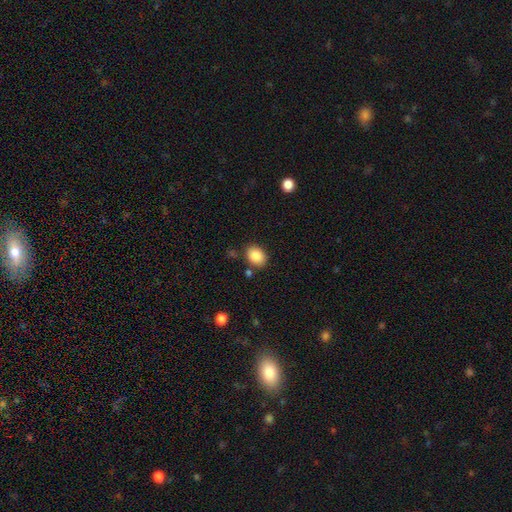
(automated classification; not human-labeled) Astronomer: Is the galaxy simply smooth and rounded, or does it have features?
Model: smooth — 87%.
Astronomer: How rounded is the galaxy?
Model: in between — 64%.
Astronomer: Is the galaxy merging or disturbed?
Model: none — 81%.